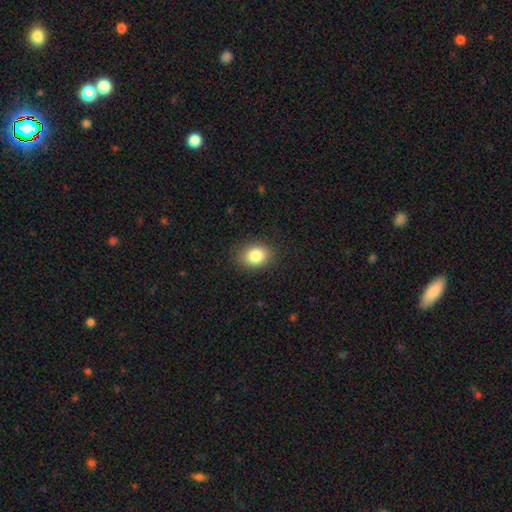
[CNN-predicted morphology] smooth_or_featured: smooth (p=0.84) [alt: star or artifact p=0.09]
how_rounded: in between (p=0.58) [alt: round p=0.41]
merging: none (p=0.86) [alt: minor disturbance p=0.10]